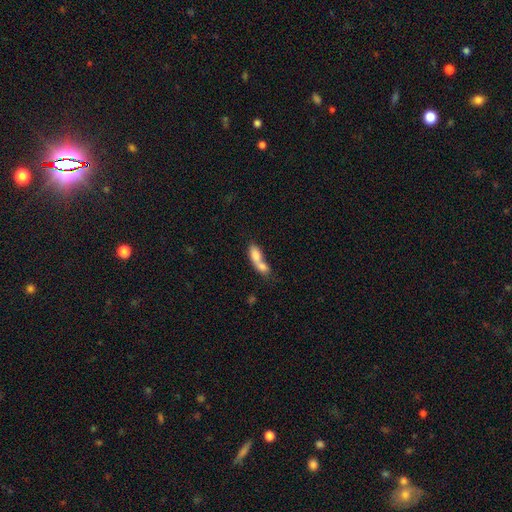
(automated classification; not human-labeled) Overall: smooth (73%). How rounded: in between (72%). Merging: merger (74%).